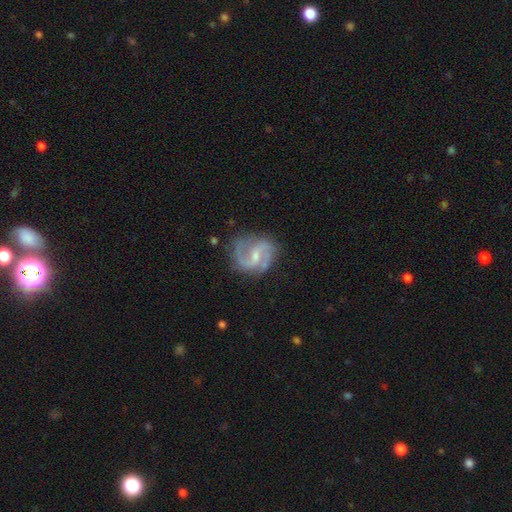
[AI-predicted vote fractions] This is clearly a featured or disk galaxy (88%). It is clearly not viewed edge-on (98%). Bar: possibly weak (58%). Spiral arm pattern: clearly yes (97%). Spiral arm count: clearly 2 (84%). Spiral winding: possibly medium (57%). Central bulge: possibly small (52%). Merging: likely none (71%).